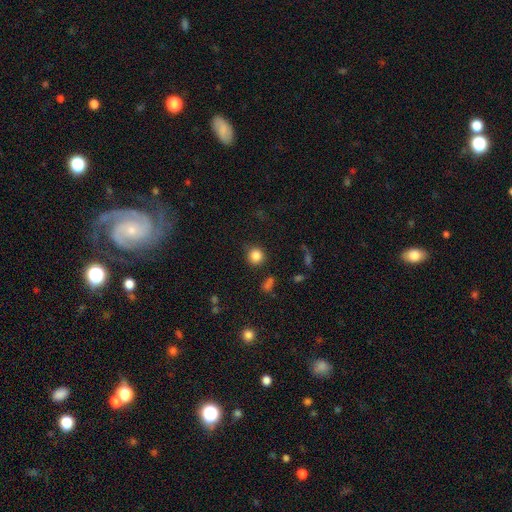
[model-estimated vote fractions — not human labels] The model was most divided on "smooth or featured": smooth: 84%, star or artifact: 11%, featured or disk: 5%. More confident: how rounded — round (92%); merging — none (86%).